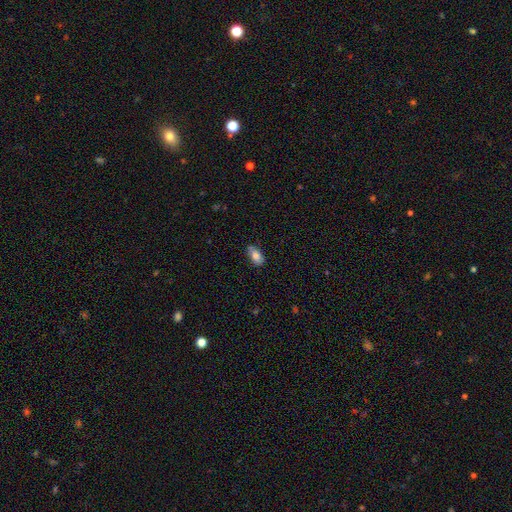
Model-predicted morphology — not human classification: Smooth or featured? Predicted: smooth (p=0.82). How rounded? Predicted: in between (p=0.91). Merging? Predicted: none (p=0.68).